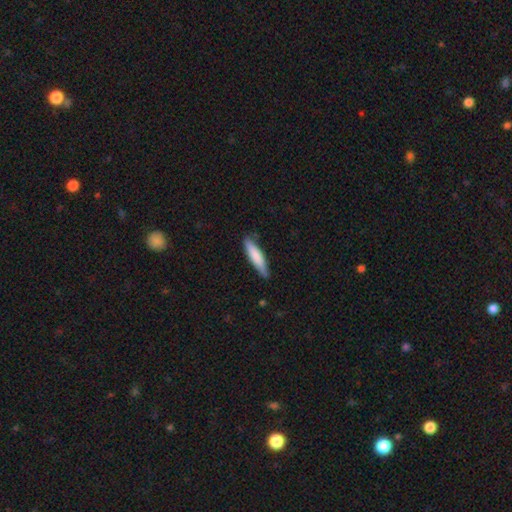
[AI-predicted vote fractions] Overall: smooth (78%). How rounded: cigar-shaped (80%). Merging: none (77%).